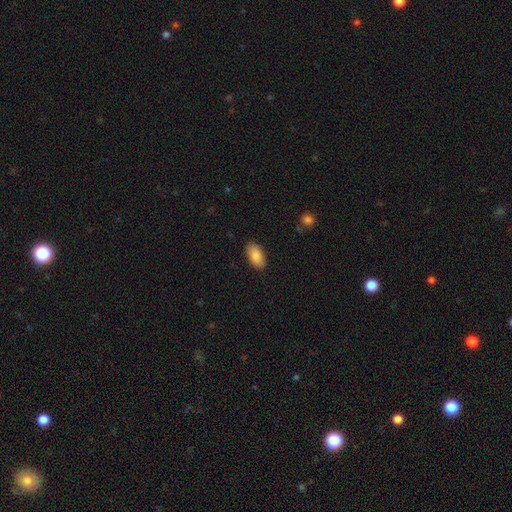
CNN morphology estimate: Q: Smooth or featured?
A: smooth (89%); runner-up: star or artifact (6%)
Q: How rounded?
A: in between (94%); runner-up: cigar-shaped (3%)
Q: Merging?
A: none (88%); runner-up: minor disturbance (9%)